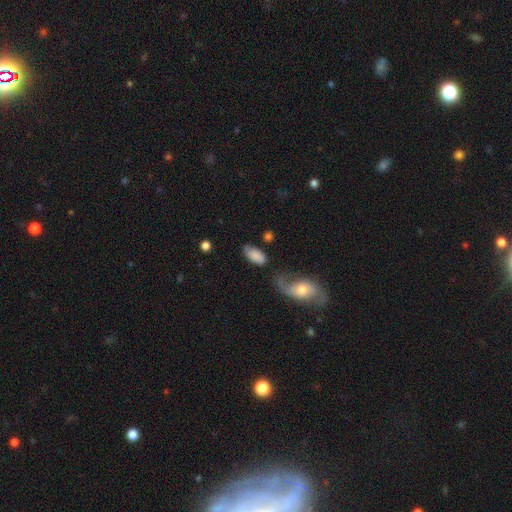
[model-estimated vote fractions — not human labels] The model was most divided on "merging": none: 55%, minor disturbance: 23%, major disturbance: 13%, merger: 9%. More confident: how rounded — in between (94%); smooth or featured — smooth (76%).